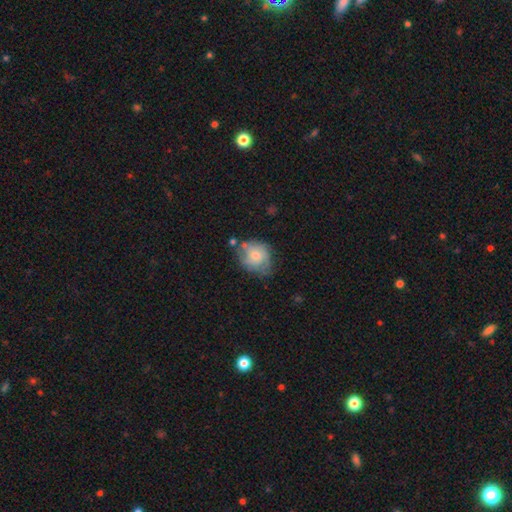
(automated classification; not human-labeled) Morphology: type=smooth (51%); roundness=round (66%); merging=none (51%).